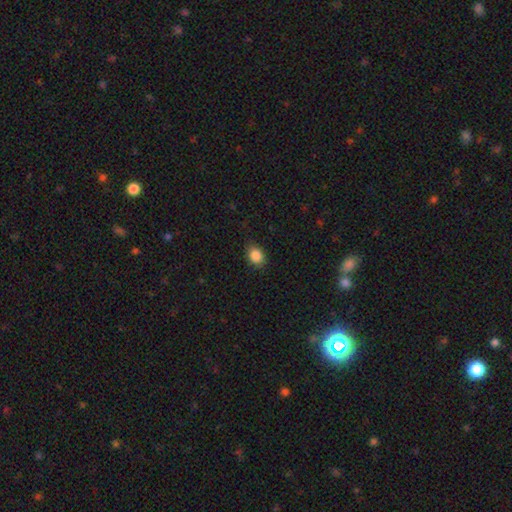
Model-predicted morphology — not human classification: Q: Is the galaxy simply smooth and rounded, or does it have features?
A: smooth — 87%.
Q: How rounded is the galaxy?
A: in between — 54%.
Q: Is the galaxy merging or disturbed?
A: none — 83%.